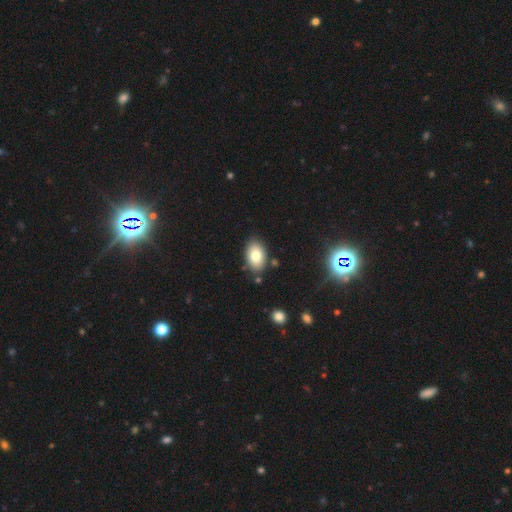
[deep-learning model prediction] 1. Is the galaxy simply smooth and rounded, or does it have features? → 80% smooth, 12% featured or disk, 8% star or artifact.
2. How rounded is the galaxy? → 90% in between, 9% round, 1% cigar-shaped.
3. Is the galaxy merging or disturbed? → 82% none, 12% minor disturbance, 4% merger, 3% major disturbance.